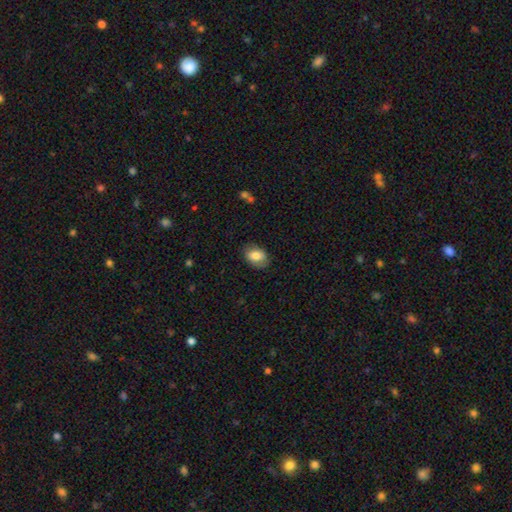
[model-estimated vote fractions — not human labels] Overall: smooth (82%). How rounded: in between (82%). Merging: none (82%).